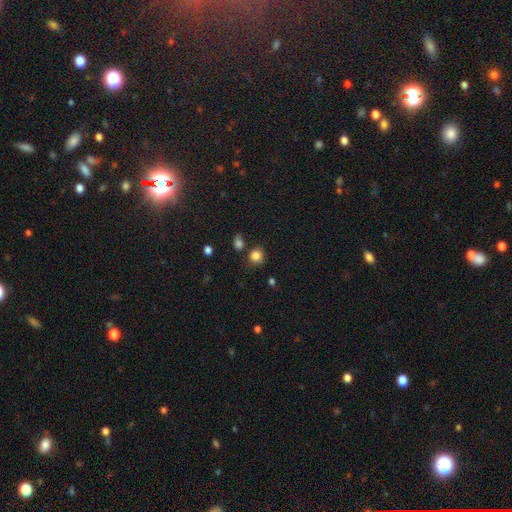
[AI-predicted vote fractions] A smooth galaxy with no disk features (84%) that is round (80%). Merging: none (73%).